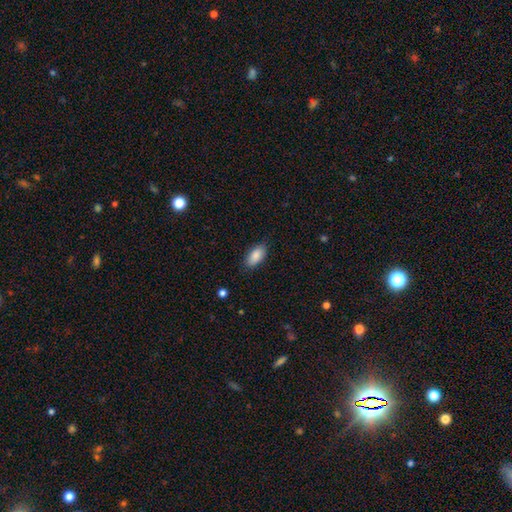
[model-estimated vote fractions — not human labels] smooth-or-featured: smooth: 88% | star or artifact: 7% | featured or disk: 6%
  how-rounded: in between: 91% | cigar-shaped: 7% | round: 2%
  merging: none: 84% | minor disturbance: 12% | major disturbance: 3% | merger: 1%